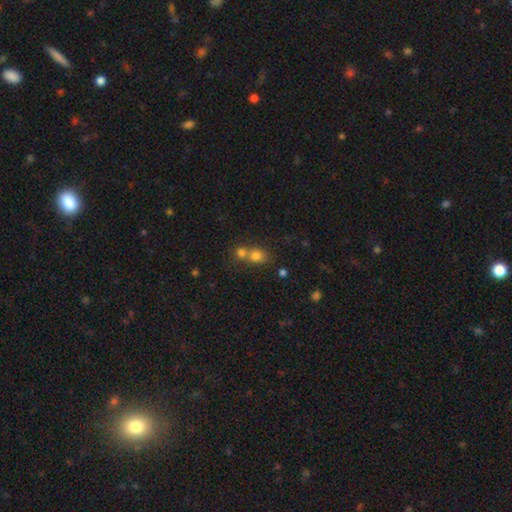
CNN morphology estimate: A smooth galaxy with no disk features (76%) that is round (71%). Merging: merger (55%).